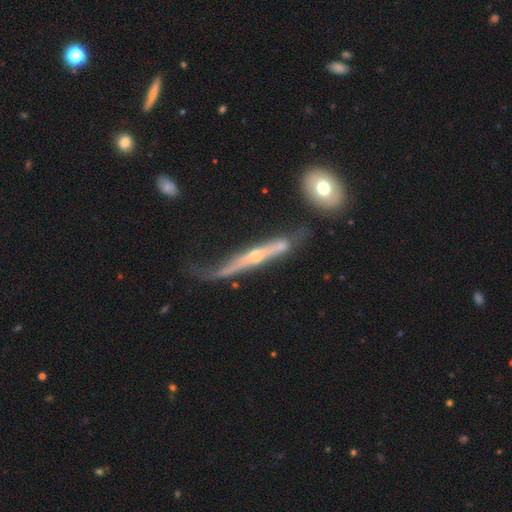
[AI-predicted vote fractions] Morphology: type=featured or disk (76%); edge-on=yes (83%); edge-on bulge=rounded (78%); merging=none (38%).